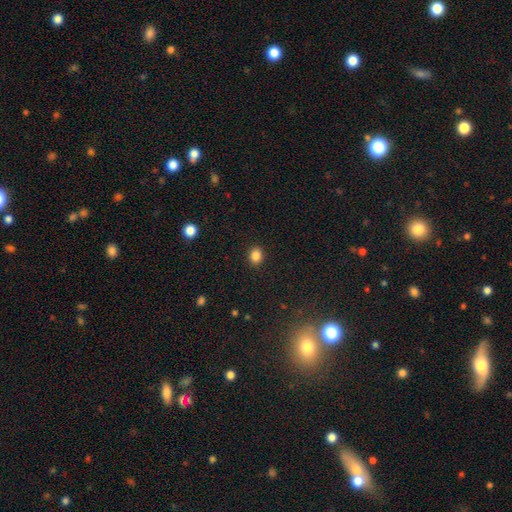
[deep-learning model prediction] smooth 85%, star or artifact 11%, featured or disk 4%. Down the decision tree: how rounded — round (70%); merging — none (91%).